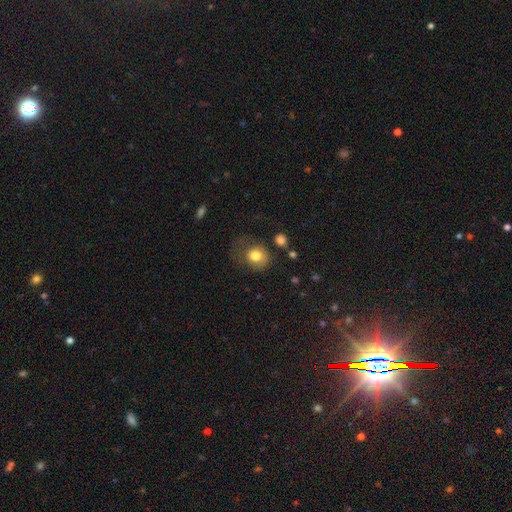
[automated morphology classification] Smooth or featured?
  - smooth: 78% *
  - featured or disk: 13%
  - star or artifact: 9%
How rounded?
  - round: 72% *
  - in between: 27%
  - cigar-shaped: 1%
Merging?
  - none: 44% *
  - major disturbance: 27%
  - minor disturbance: 25%
  - merger: 3%